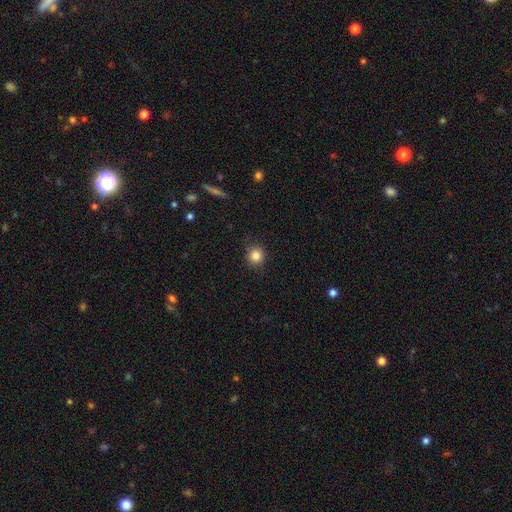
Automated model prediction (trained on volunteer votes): A smooth galaxy with no disk features (84%) that is round (93%).

Vote fractions:
- Smooth or featured? smooth: 84% / star or artifact: 11% / featured or disk: 5%
- How rounded? round: 93% / in between: 6% / cigar-shaped: 1%
- Merging? none: 88% / minor disturbance: 9% / major disturbance: 2% / merger: 1%